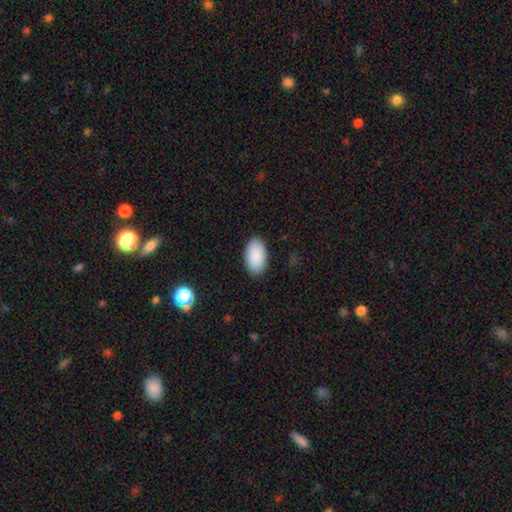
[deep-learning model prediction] Morphology: type=smooth (90%); roundness=in between (96%); merging=none (89%).